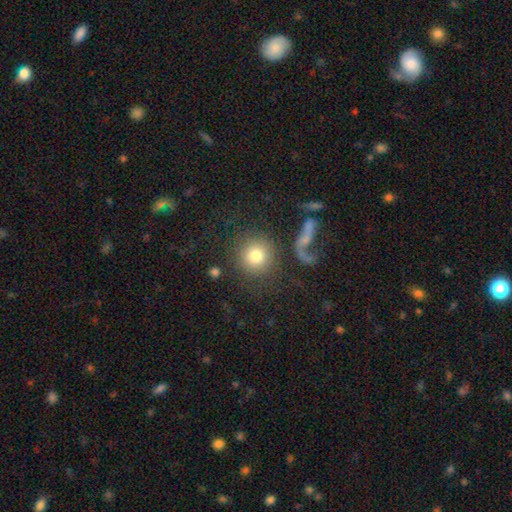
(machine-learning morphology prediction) This is likely a smooth galaxy (75%). How rounded: clearly round (93%). Merging: likely none (76%).